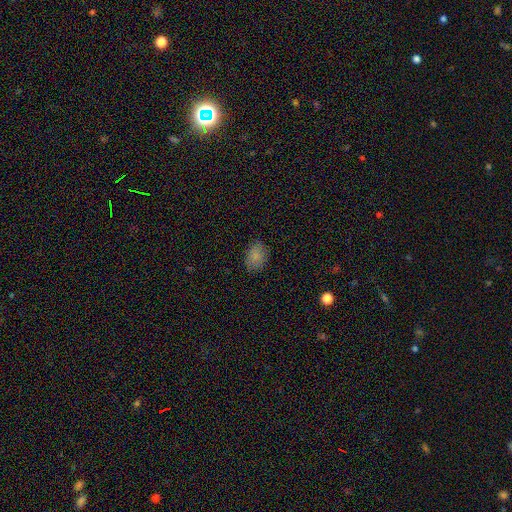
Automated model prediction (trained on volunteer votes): Smooth or featured? smooth (83%)
How rounded? in between (78%)
Merging? none (81%)